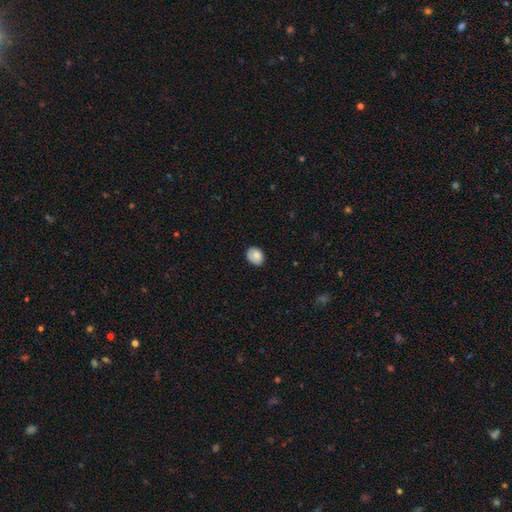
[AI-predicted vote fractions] smooth-or-featured: smooth: 81% | featured or disk: 11% | star or artifact: 8%
  how-rounded: in between: 54% | round: 45% | cigar-shaped: 1%
  merging: none: 78% | minor disturbance: 18% | major disturbance: 3% | merger: 1%